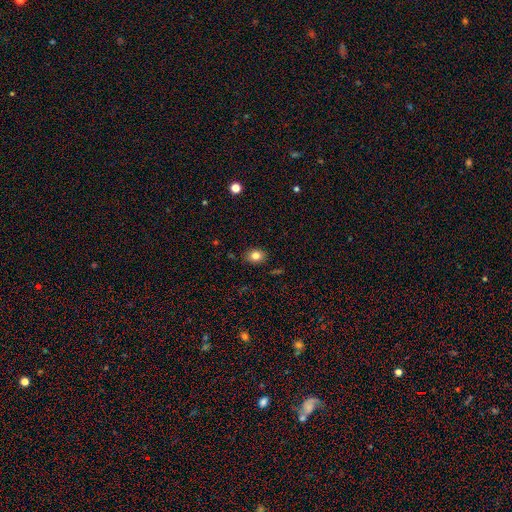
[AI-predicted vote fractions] A smooth galaxy with no disk features (81%) that is in between round and cigar-shaped (56%).

Vote fractions:
- Smooth or featured? smooth: 81% / star or artifact: 11% / featured or disk: 8%
- How rounded? in between: 56% / round: 43% / cigar-shaped: 1%
- Merging? none: 86% / minor disturbance: 10% / major disturbance: 2% / merger: 1%